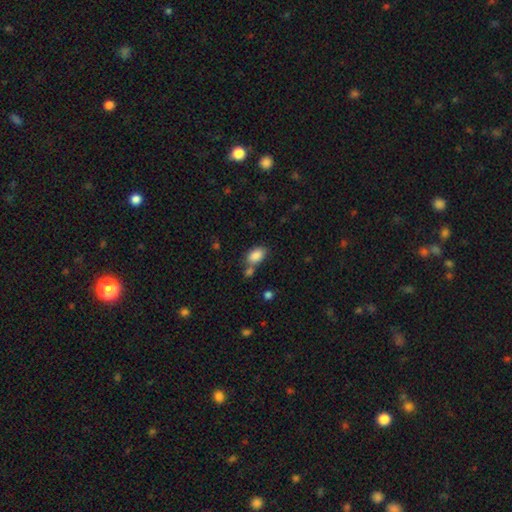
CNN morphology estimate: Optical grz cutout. It shows a smooth galaxy with no disk features (86%) that is in between round and cigar-shaped (88%). Merging: none (55%).